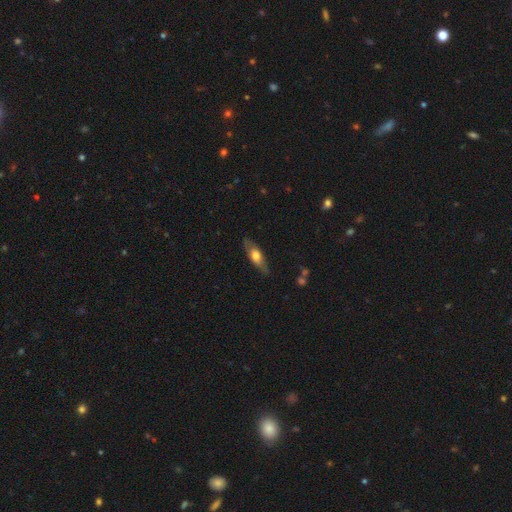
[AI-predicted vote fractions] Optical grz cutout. It shows a smooth galaxy with no disk features (52%) that is in between round and cigar-shaped (56%). Merging: none (79%).